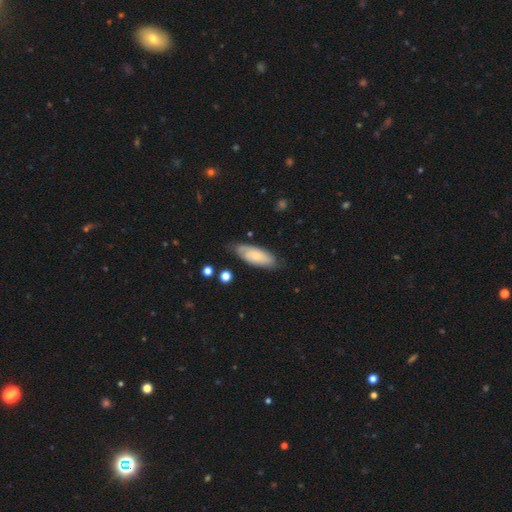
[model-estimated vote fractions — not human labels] Smooth or featured? Predicted: smooth (p=0.51). How rounded? Predicted: in between (p=0.77). Merging? Predicted: none (p=0.68).